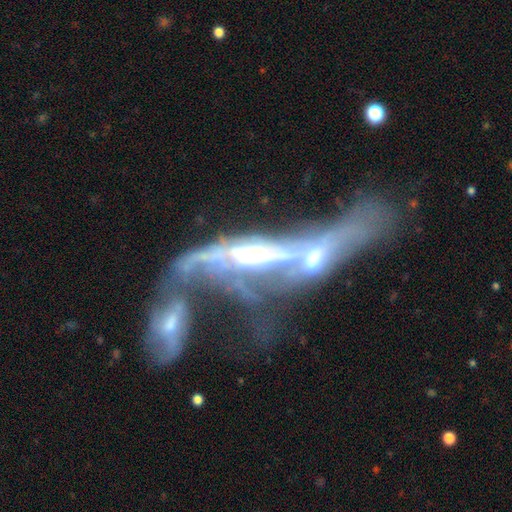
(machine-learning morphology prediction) Smooth or featured? featured or disk (73%)
Edge-on disk? no (61%)
Merging? merger (71%)